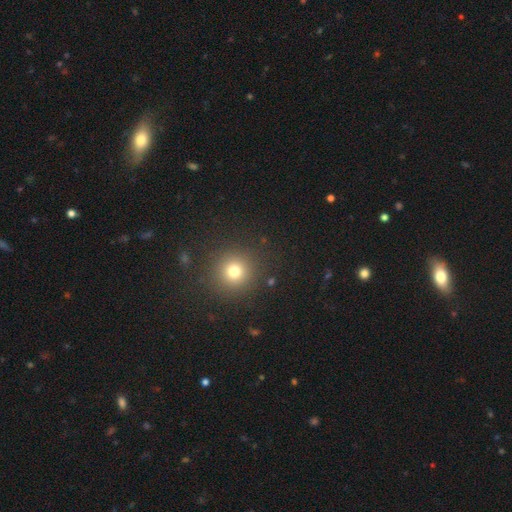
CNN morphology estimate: A smooth galaxy with no disk features (60%) that is round (93%).

Vote fractions:
- Smooth or featured? smooth: 60% / star or artifact: 33% / featured or disk: 7%
- How rounded? round: 93% / in between: 6% / cigar-shaped: 1%
- Merging? none: 91% / minor disturbance: 5% / major disturbance: 2% / merger: 2%